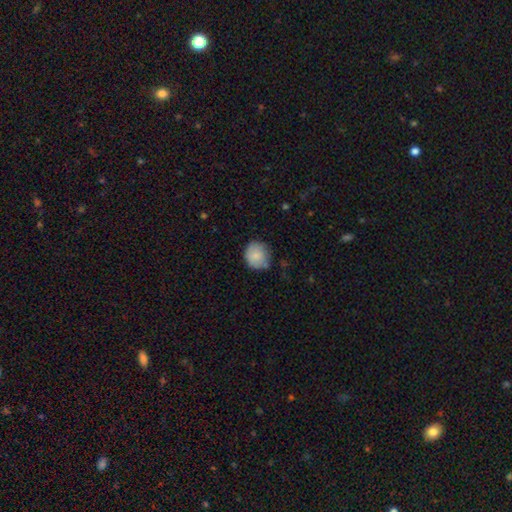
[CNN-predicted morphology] A smooth galaxy with no disk features (82%) that is round (80%).

Vote fractions:
- Smooth or featured? smooth: 82% / featured or disk: 10% / star or artifact: 7%
- How rounded? round: 80% / in between: 19% / cigar-shaped: 1%
- Merging? none: 70% / minor disturbance: 23% / major disturbance: 5% / merger: 3%